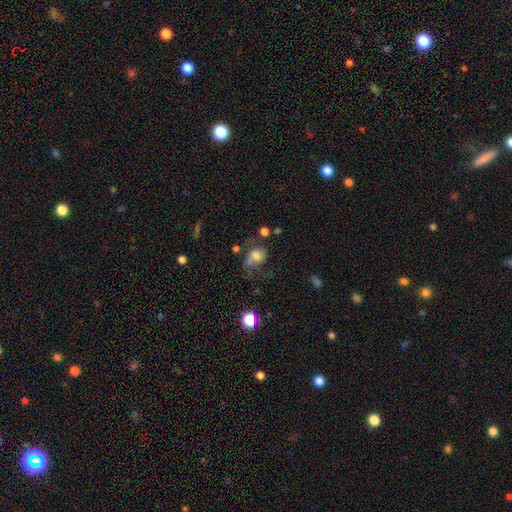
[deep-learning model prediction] This appears to be a smooth galaxy with no disk features (48%). Merging: major disturbance (36%).